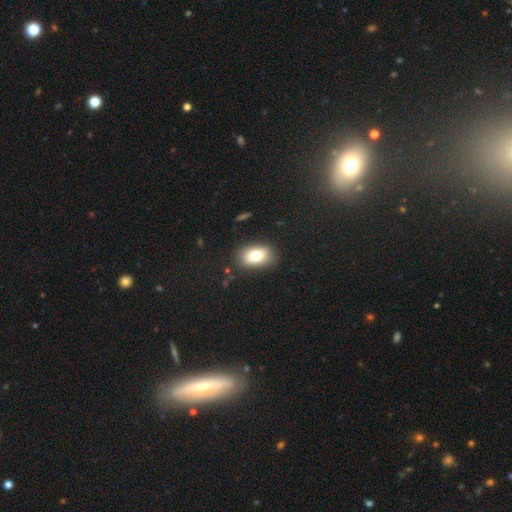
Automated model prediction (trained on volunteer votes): Overall: smooth (80%). How rounded: in between (88%). Merging: none (83%).